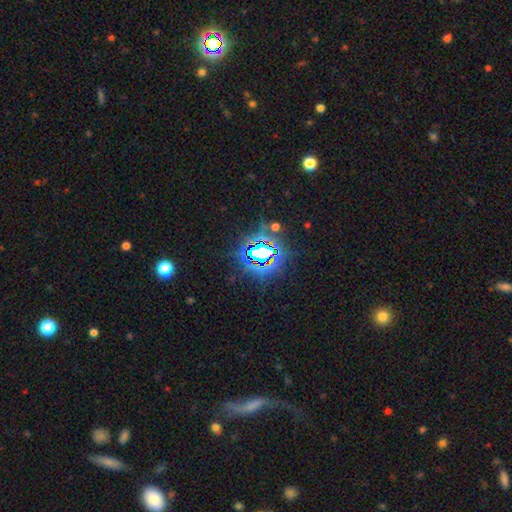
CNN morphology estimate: Smooth or featured: star or artifact — 78% (smooth — 13%)